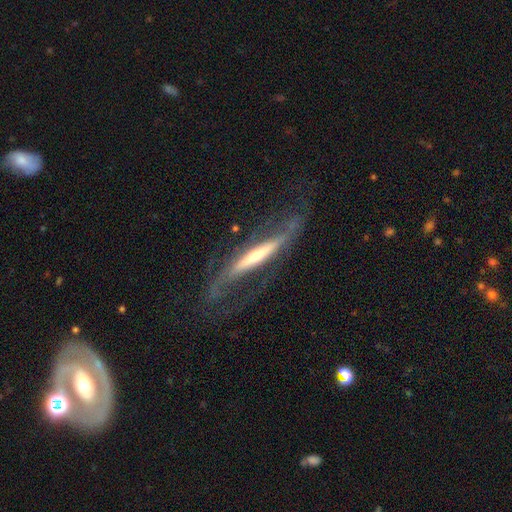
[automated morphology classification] This appears to be a featured or disk galaxy (80%) viewed edge-on (64%) with a rounded central bulge (53%). Merging: none (54%).